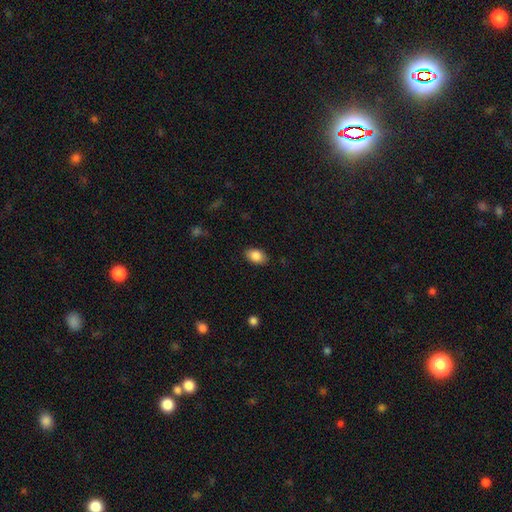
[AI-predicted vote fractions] smooth 87%, star or artifact 8%, featured or disk 6%. Down the decision tree: how rounded — in between (87%); merging — none (87%).